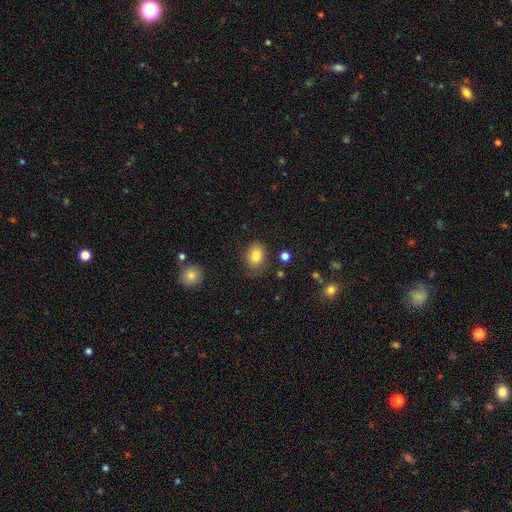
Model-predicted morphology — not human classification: Q: Smooth or featured?
A: smooth (84%); runner-up: star or artifact (9%)
Q: How rounded?
A: in between (70%); runner-up: round (29%)
Q: Merging?
A: none (71%); runner-up: minor disturbance (20%)